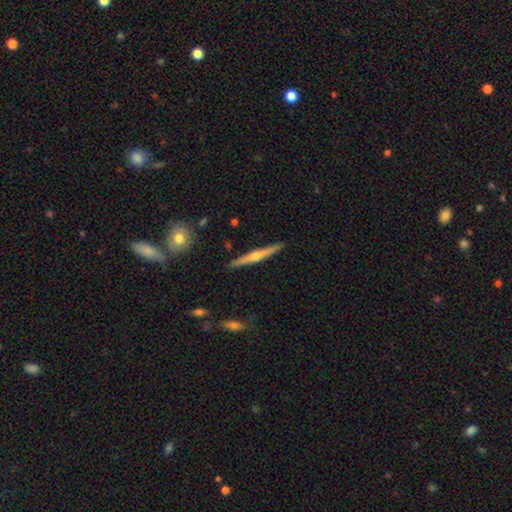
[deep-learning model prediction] Smooth or featured?
  - featured or disk: 67% *
  - smooth: 27%
  - star or artifact: 6%
Edge-on disk?
  - yes: 98% *
  - no: 2%
Edge-on bulge?
  - rounded: 86% *
  - none: 10%
  - boxy: 4%
Merging?
  - none: 90% *
  - minor disturbance: 7%
  - merger: 1%
  - major disturbance: 1%